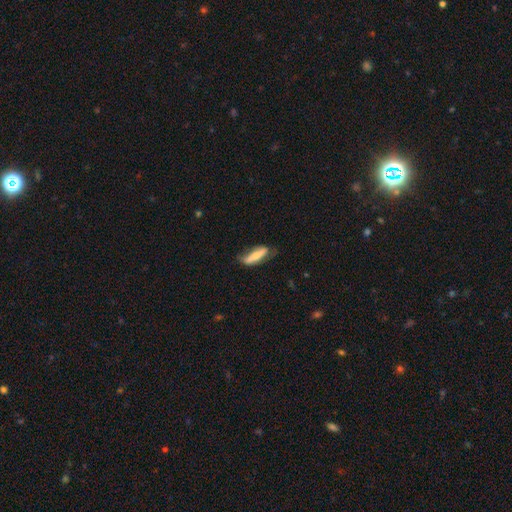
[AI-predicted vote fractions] Smooth or featured: smooth — 59% (featured or disk — 35%)
How rounded: cigar-shaped — 55% (in between — 43%)
Merging: none — 60% (minor disturbance — 29%)